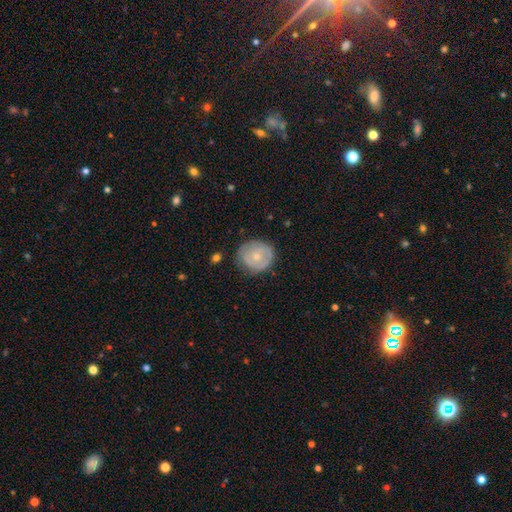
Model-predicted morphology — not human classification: smooth_or_featured: featured or disk (p=0.52) [alt: smooth p=0.42]
disk_edge_on: no (p=0.97) [alt: yes p=0.03]
bar: no (p=0.86) [alt: weak p=0.11]
has_spiral_arms: yes (p=0.52) [alt: no p=0.48]
bulge_size: small (p=0.63) [alt: moderate p=0.34]
merging: none (p=0.74) [alt: minor disturbance p=0.19]